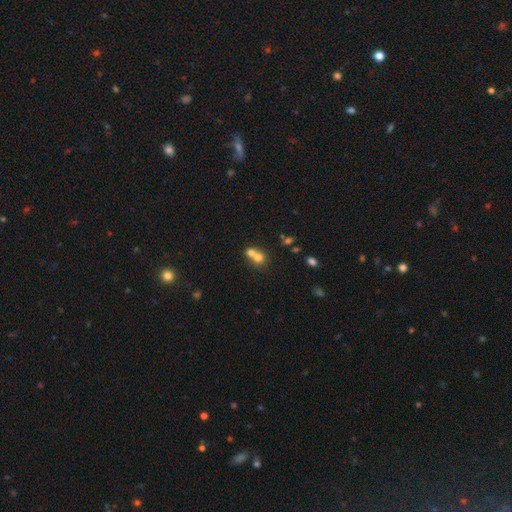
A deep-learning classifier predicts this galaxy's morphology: type=smooth (68%); roundness=round (76%); merging=merger (64%).